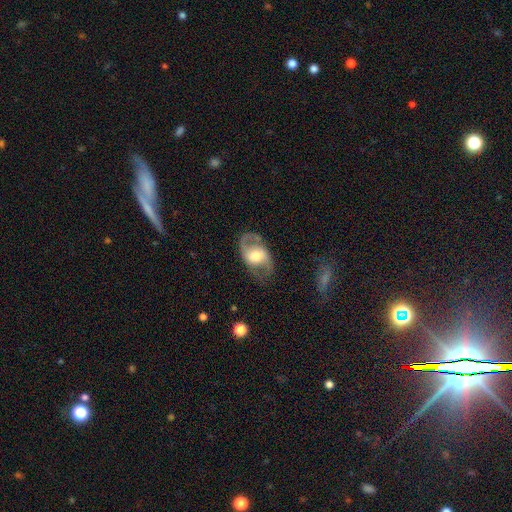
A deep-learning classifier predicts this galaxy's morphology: This is likely a featured or disk galaxy (74%). It is clearly not viewed edge-on (95%). Bar: marginally no (43%). Spiral arm pattern: clearly yes (80%). Spiral arm count: clearly 2 (87%). Spiral winding: possibly medium (50%). Central bulge: likely moderate (61%). Merging: likely none (75%).